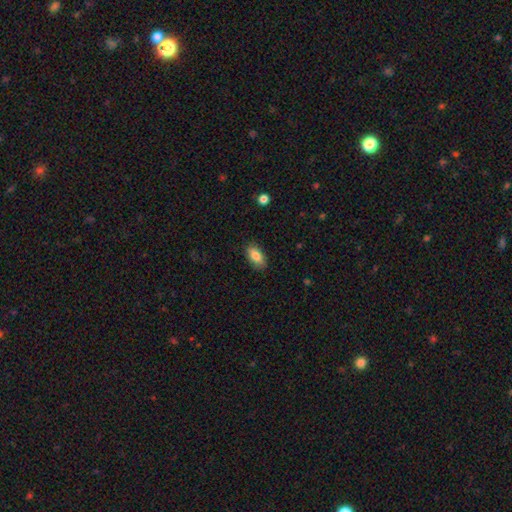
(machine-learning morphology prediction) Smooth or featured: smooth — 85% (featured or disk — 8%)
How rounded: in between — 91% (cigar-shaped — 6%)
Merging: none — 85% (minor disturbance — 11%)